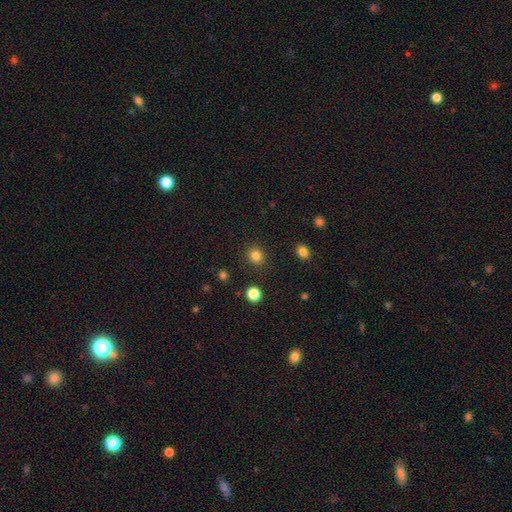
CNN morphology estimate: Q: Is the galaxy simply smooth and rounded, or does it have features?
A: smooth — 83%.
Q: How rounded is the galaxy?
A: round — 86%.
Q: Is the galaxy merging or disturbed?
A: none — 89%.